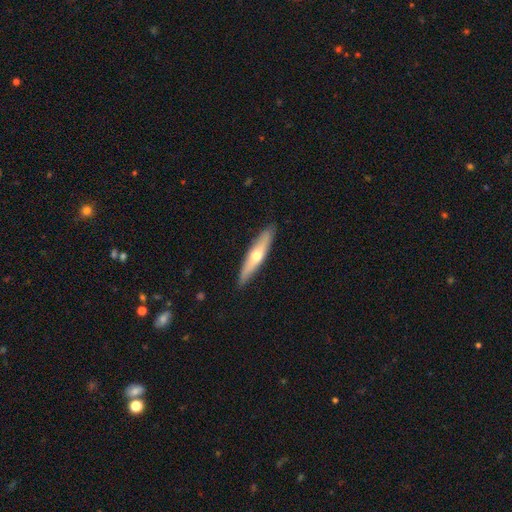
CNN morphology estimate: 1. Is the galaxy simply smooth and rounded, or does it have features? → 50% featured or disk, 45% smooth, 5% star or artifact.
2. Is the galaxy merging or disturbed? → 89% none, 8% minor disturbance, 2% major disturbance, 1% merger.